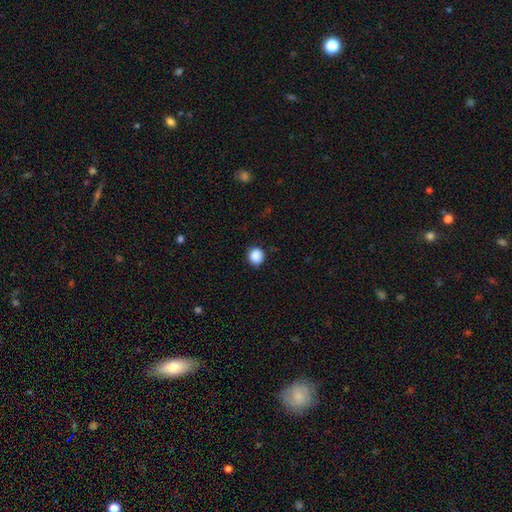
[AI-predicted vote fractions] smooth-or-featured: smooth: 88% | star or artifact: 9% | featured or disk: 3%
  how-rounded: round: 84% | in between: 15% | cigar-shaped: 1%
  merging: none: 89% | minor disturbance: 8% | major disturbance: 2% | merger: 1%